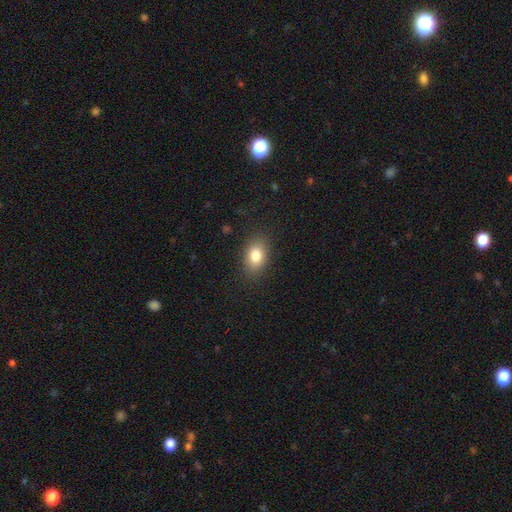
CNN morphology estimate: smooth_or_featured: smooth (p=0.81) [alt: star or artifact p=0.09]
how_rounded: in between (p=0.82) [alt: round p=0.16]
merging: none (p=0.86) [alt: minor disturbance p=0.10]